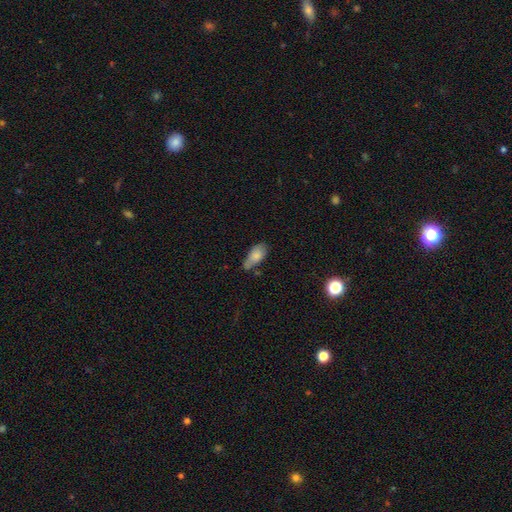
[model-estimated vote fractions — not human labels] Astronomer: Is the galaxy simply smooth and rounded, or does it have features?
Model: smooth — 79%.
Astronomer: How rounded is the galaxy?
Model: in between — 87%.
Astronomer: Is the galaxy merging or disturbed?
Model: none — 43% (runner-up: minor disturbance, 35%).